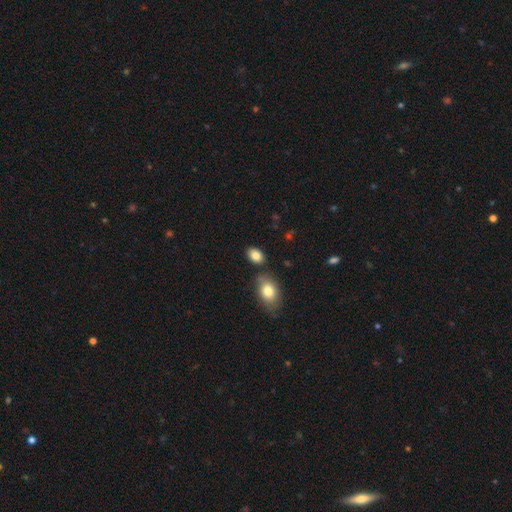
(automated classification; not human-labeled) A smooth galaxy with no disk features (84%) that is in between round and cigar-shaped (82%).

Vote fractions:
- Smooth or featured? smooth: 84% / star or artifact: 9% / featured or disk: 7%
- How rounded? in between: 82% / round: 17% / cigar-shaped: 1%
- Merging? none: 75% / minor disturbance: 12% / merger: 10% / major disturbance: 3%